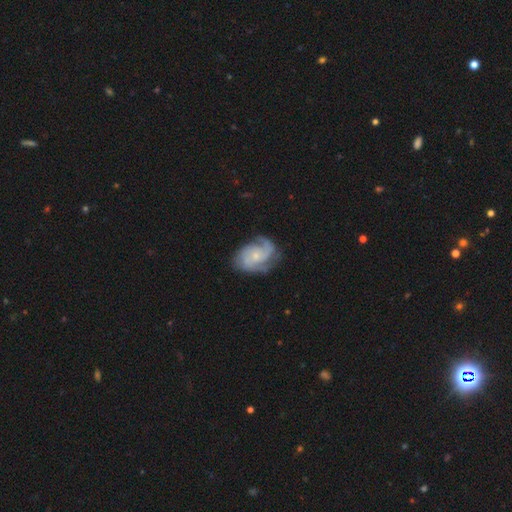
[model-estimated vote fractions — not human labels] Q: Smooth or featured?
A: featured or disk (84%); runner-up: smooth (11%)
Q: Edge-on disk?
A: no (98%); runner-up: yes (2%)
Q: Bar?
A: no (69%); runner-up: weak (27%)
Q: Spiral arms?
A: yes (96%); runner-up: no (4%)
Q: Spiral winding?
A: medium (44%); runner-up: tight (42%)
Q: Spiral arm count?
A: 2 (42%); runner-up: 3 (28%)
Q: Bulge size?
A: small (64%); runner-up: moderate (29%)
Q: Merging?
A: none (67%); runner-up: minor disturbance (22%)